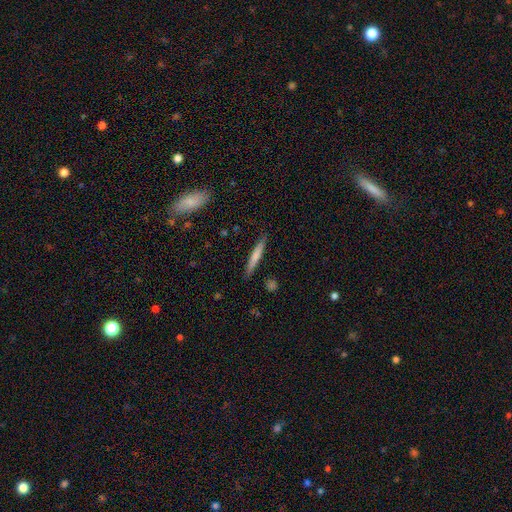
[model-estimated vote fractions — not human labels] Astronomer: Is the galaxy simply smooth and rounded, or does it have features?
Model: smooth — 66%.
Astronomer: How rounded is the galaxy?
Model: cigar-shaped — 95%.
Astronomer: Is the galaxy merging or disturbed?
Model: none — 87%.